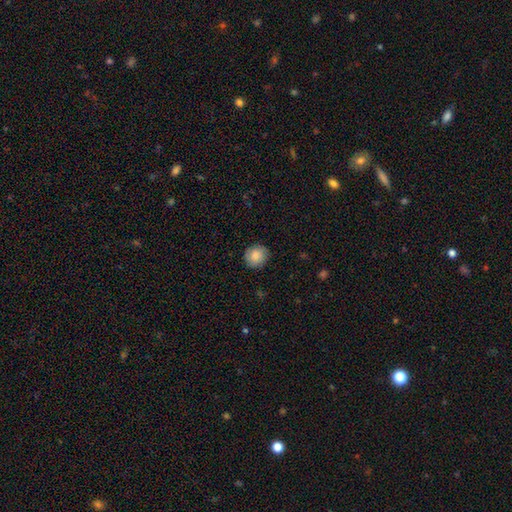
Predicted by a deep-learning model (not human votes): This appears to be a smooth galaxy with no disk features (83%) that is round (85%). Merging: none (86%).